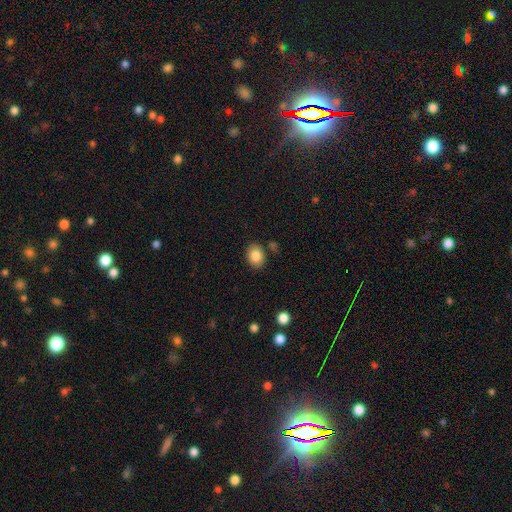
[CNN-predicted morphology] smooth 85%, star or artifact 8%, featured or disk 7%. Down the decision tree: how rounded — in between (57%); merging — none (84%).